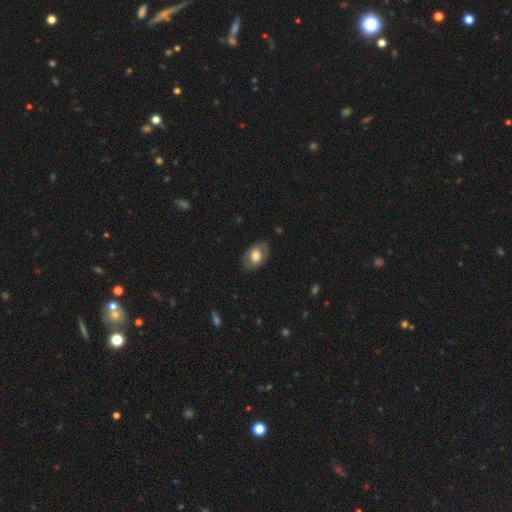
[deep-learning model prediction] Smooth or featured? smooth (57%)
How rounded? in between (83%)
Merging? none (77%)